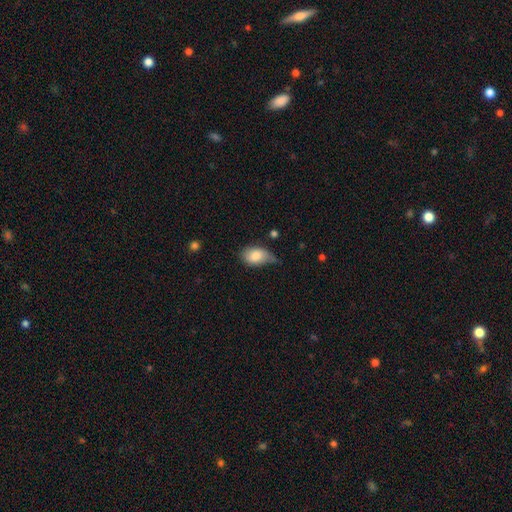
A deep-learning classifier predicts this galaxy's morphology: A smooth galaxy with no disk features (81%) that is in between round and cigar-shaped (87%).

Vote fractions:
- Smooth or featured? smooth: 81% / featured or disk: 11% / star or artifact: 7%
- How rounded? in between: 87% / round: 11% / cigar-shaped: 2%
- Merging? minor disturbance: 44% / none: 41% / major disturbance: 12% / merger: 3%